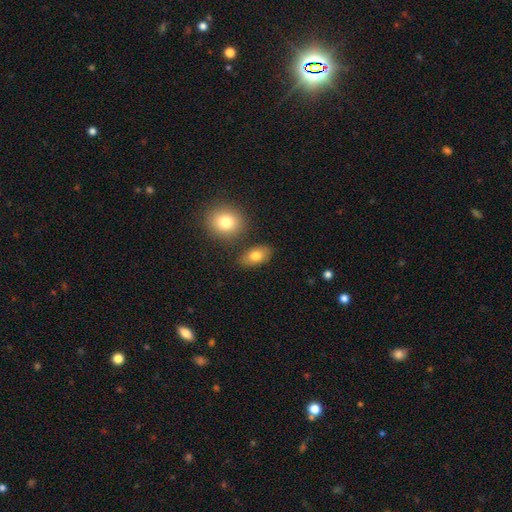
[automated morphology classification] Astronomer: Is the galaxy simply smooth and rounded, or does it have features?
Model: smooth — 80%.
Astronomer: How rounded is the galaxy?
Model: in between — 86%.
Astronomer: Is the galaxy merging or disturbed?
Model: none — 78%.